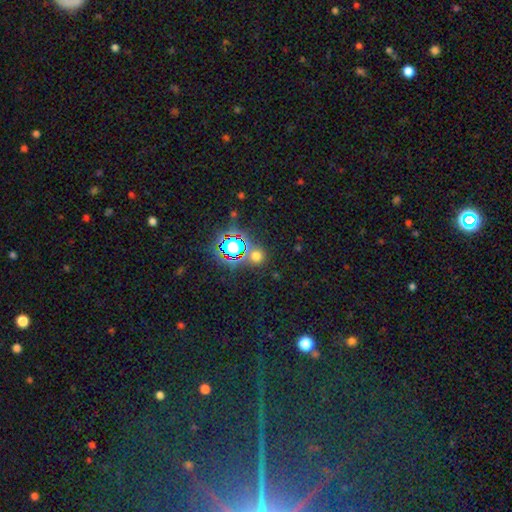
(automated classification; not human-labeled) This is possibly a smooth galaxy (56%). How rounded: clearly round (88%). Merging: likely none (80%).